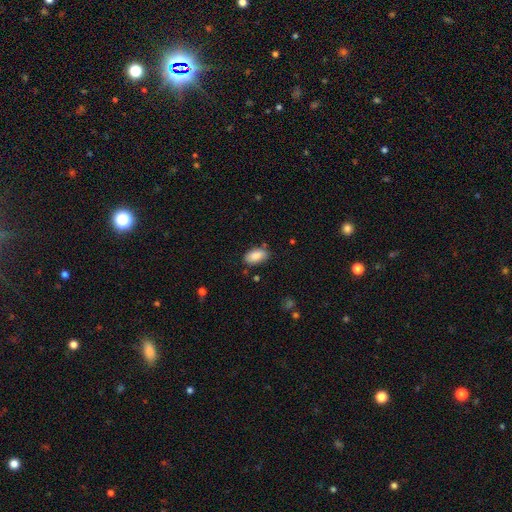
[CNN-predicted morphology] Smooth or featured?
  - smooth: 87% *
  - star or artifact: 7%
  - featured or disk: 6%
How rounded?
  - in between: 93% *
  - round: 4%
  - cigar-shaped: 2%
Merging?
  - none: 79% *
  - minor disturbance: 15%
  - major disturbance: 3%
  - merger: 3%